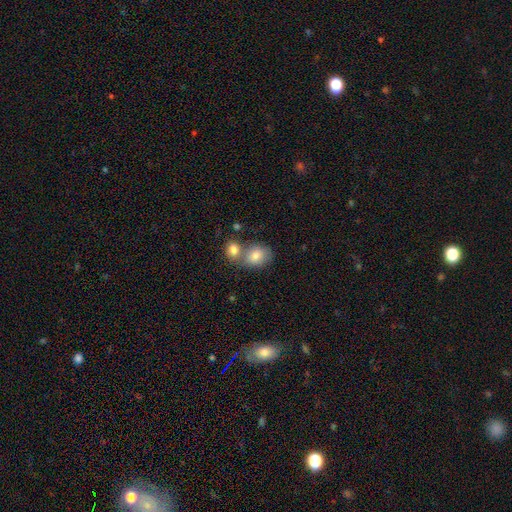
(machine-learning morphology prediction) This appears to be a smooth galaxy with no disk features (81%) that is in between round and cigar-shaped (52%). Merging: merger (46%).